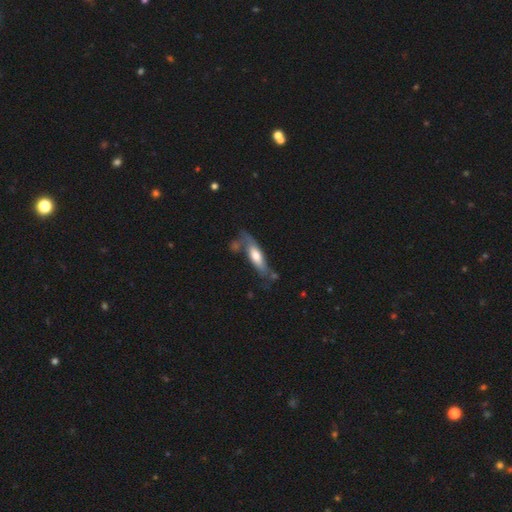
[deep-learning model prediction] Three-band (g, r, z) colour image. It shows a smooth galaxy with no disk features (54%) that is cigar-shaped (55%). Merging: none (52%).